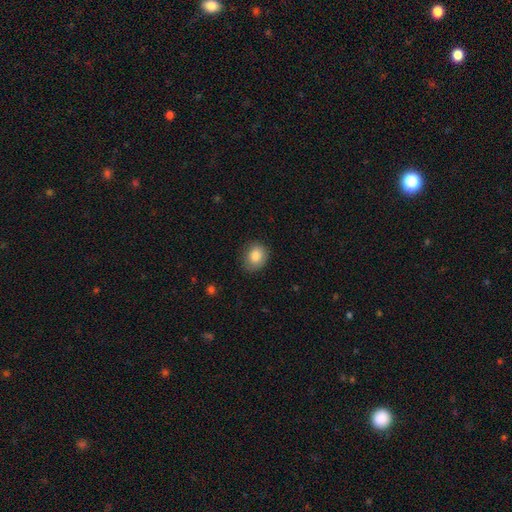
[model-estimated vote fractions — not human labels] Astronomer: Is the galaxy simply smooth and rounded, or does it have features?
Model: smooth — 84%.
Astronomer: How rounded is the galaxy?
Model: round — 54% (runner-up: in between, 45%).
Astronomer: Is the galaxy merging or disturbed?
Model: none — 80%.